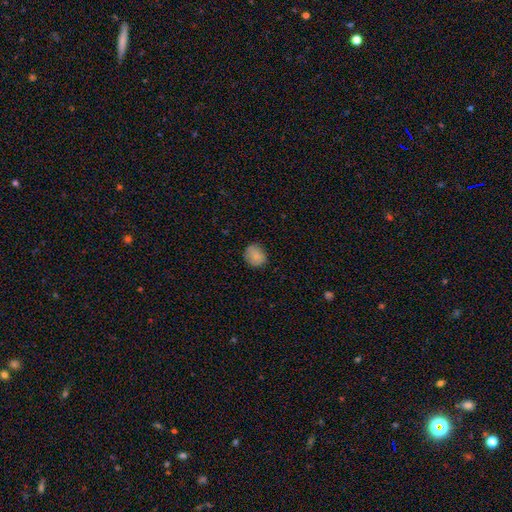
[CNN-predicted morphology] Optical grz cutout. It shows a smooth galaxy with no disk features (83%) that is round (78%). Merging: none (76%).